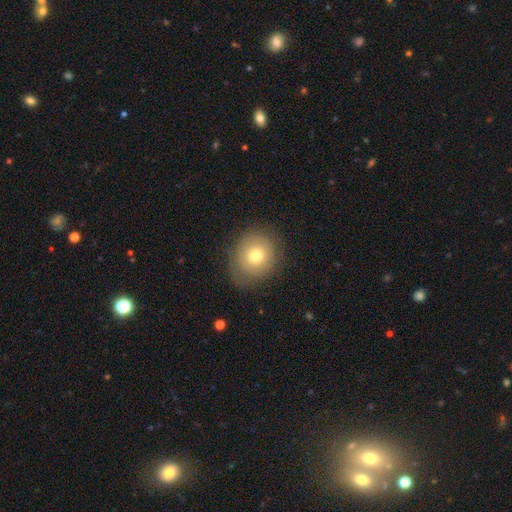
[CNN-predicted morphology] A smooth galaxy with no disk features (70%) that is round (75%).

Vote fractions:
- Smooth or featured? smooth: 70% / featured or disk: 20% / star or artifact: 10%
- How rounded? round: 75% / in between: 24% / cigar-shaped: 1%
- Merging? none: 78% / minor disturbance: 16% / major disturbance: 6% / merger: 1%